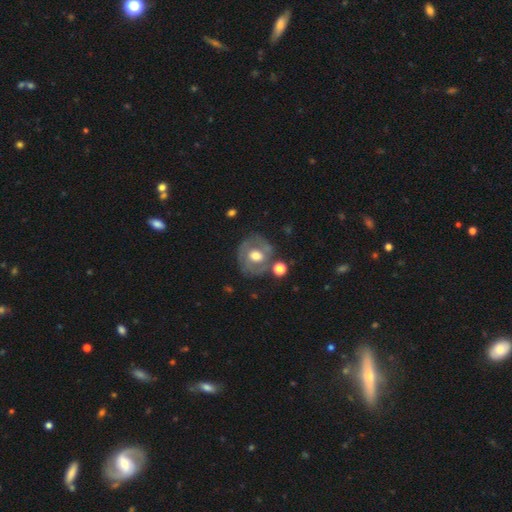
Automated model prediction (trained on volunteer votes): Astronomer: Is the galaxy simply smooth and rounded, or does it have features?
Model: featured or disk — 58% (runner-up: smooth, 35%).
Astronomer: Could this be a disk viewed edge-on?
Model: no — 96%.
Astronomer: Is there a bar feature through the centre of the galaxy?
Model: no — 70%.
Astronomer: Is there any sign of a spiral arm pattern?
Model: no — 56% (runner-up: yes, 44%).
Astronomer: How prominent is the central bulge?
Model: moderate — 71%.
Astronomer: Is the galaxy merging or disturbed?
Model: none — 66%.